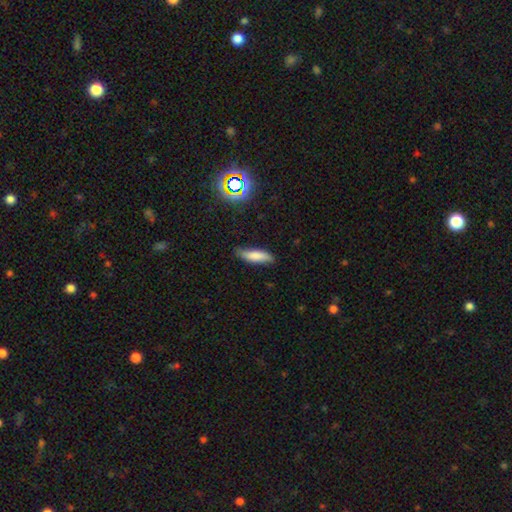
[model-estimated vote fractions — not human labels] Smooth or featured? smooth (79%)
How rounded? cigar-shaped (56%)
Merging? none (81%)